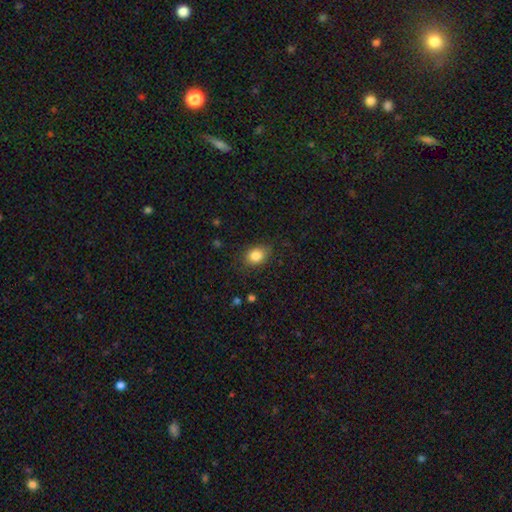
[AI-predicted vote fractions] smooth-or-featured: smooth: 84% | star or artifact: 9% | featured or disk: 6%
  how-rounded: in between: 61% | round: 38% | cigar-shaped: 1%
  merging: none: 79% | minor disturbance: 16% | major disturbance: 4% | merger: 1%